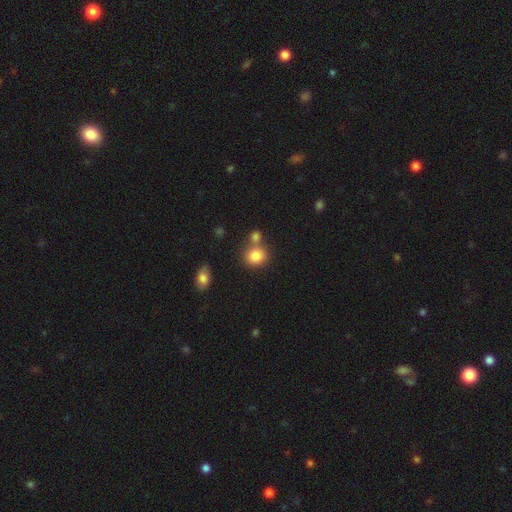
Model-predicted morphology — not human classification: The model was most divided on "merging": none: 60%, merger: 26%, minor disturbance: 11%, major disturbance: 4%. More confident: smooth or featured — smooth (83%); how rounded — round (75%).